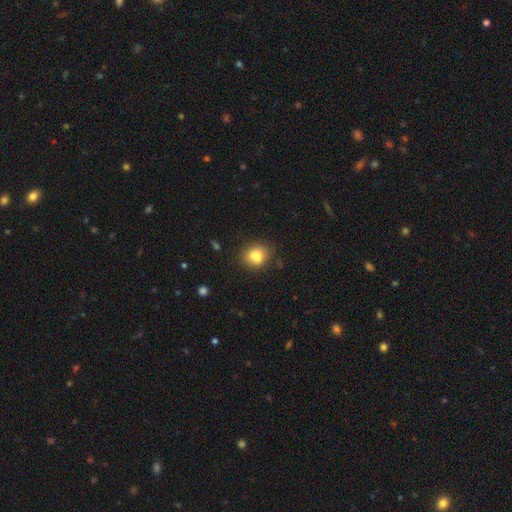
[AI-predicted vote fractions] A smooth galaxy with no disk features (78%) that is round (65%).

Vote fractions:
- Smooth or featured? smooth: 78% / featured or disk: 11% / star or artifact: 11%
- How rounded? round: 65% / in between: 34% / cigar-shaped: 1%
- Merging? none: 64% / minor disturbance: 18% / merger: 13% / major disturbance: 5%